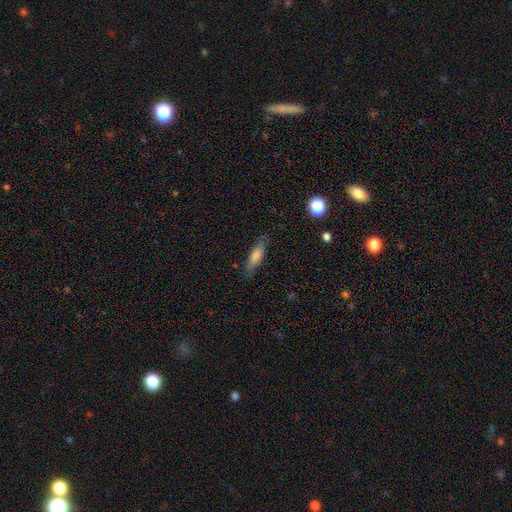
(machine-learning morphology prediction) type=smooth (68%); roundness=cigar-shaped (65%); merging=none (80%).